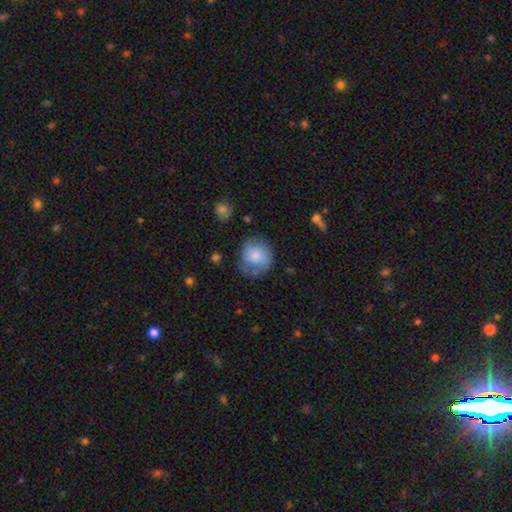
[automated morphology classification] Smooth or featured?
  - smooth: 64% *
  - featured or disk: 28%
  - star or artifact: 7%
How rounded?
  - round: 81% *
  - in between: 18%
  - cigar-shaped: 1%
Merging?
  - none: 62% *
  - minor disturbance: 25%
  - major disturbance: 12%
  - merger: 2%